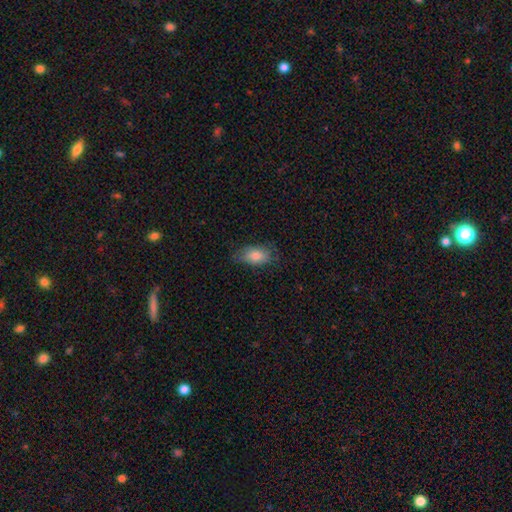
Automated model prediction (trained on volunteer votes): The model was most divided on "merging": none: 69%, minor disturbance: 23%, major disturbance: 6%, merger: 1%. More confident: how rounded — in between (89%); smooth or featured — smooth (78%).